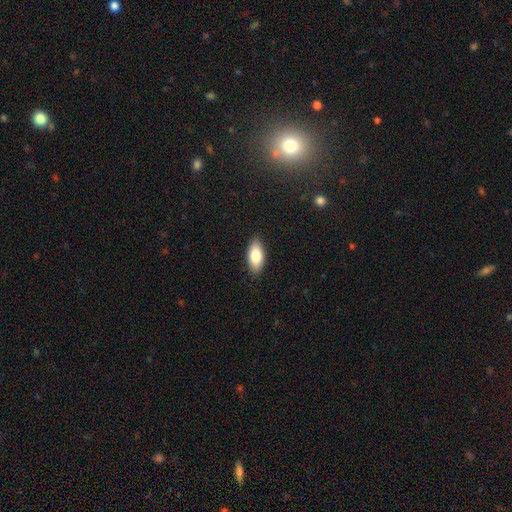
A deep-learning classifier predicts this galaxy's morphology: smooth 83%, featured or disk 11%, star or artifact 6%. Down the decision tree: how rounded — in between (90%); merging — none (89%).